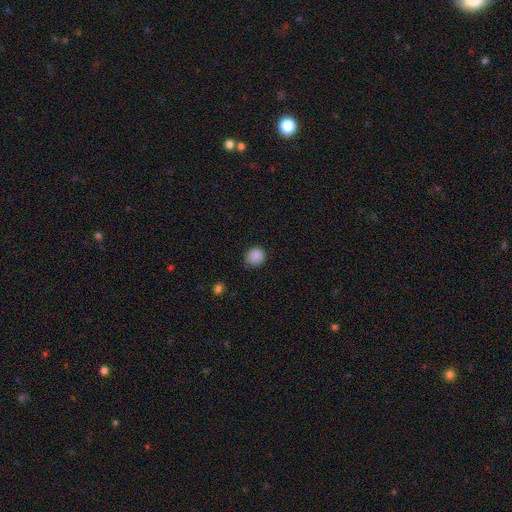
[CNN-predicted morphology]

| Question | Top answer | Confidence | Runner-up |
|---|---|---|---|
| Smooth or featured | smooth | 88% | star or artifact (10%) |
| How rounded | round | 88% | in between (11%) |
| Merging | none | 79% | minor disturbance (17%) |